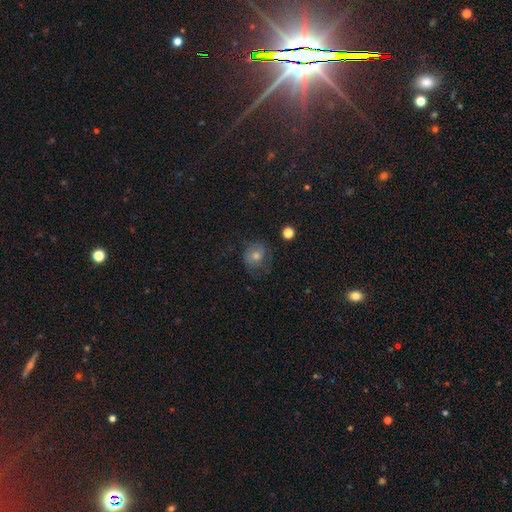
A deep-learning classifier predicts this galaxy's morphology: A smooth galaxy with no disk features (60%) that is round (74%).

Vote fractions:
- Smooth or featured? smooth: 60% / featured or disk: 29% / star or artifact: 12%
- How rounded? round: 74% / in between: 25% / cigar-shaped: 1%
- Merging? none: 55% / minor disturbance: 25% / major disturbance: 18% / merger: 2%